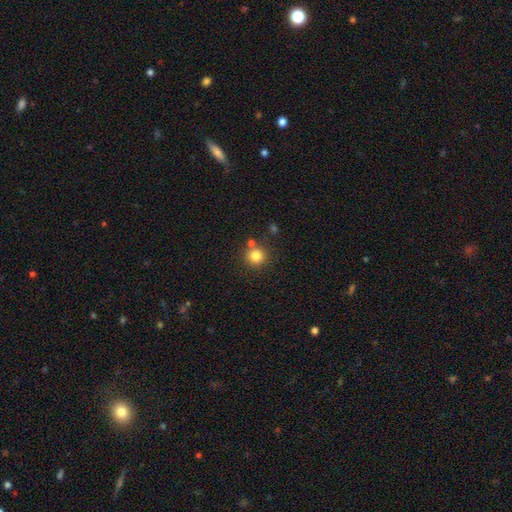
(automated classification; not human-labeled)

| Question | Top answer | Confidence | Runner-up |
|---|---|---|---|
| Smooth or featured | smooth | 82% | star or artifact (12%) |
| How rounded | round | 93% | in between (6%) |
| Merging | none | 78% | merger (11%) |